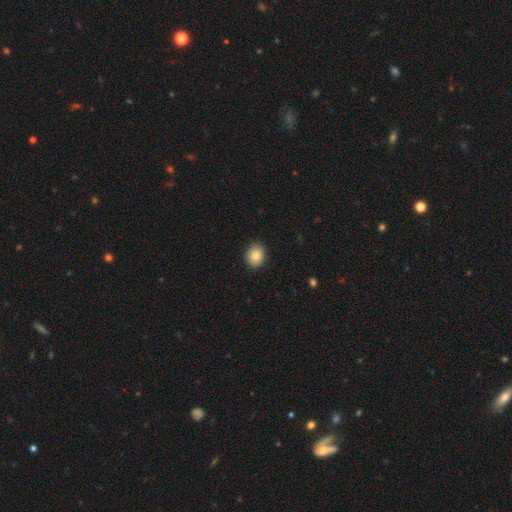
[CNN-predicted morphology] The model was most divided on "how rounded": round: 58%, in between: 41%, cigar-shaped: 1%. More confident: merging — none (90%); smooth or featured — smooth (85%).